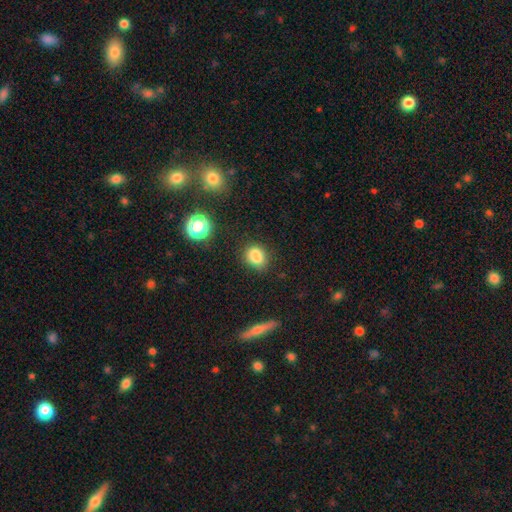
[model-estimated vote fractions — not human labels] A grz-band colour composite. It shows a smooth galaxy with no disk features (83%) that is in between round and cigar-shaped (52%). Merging: none (77%).